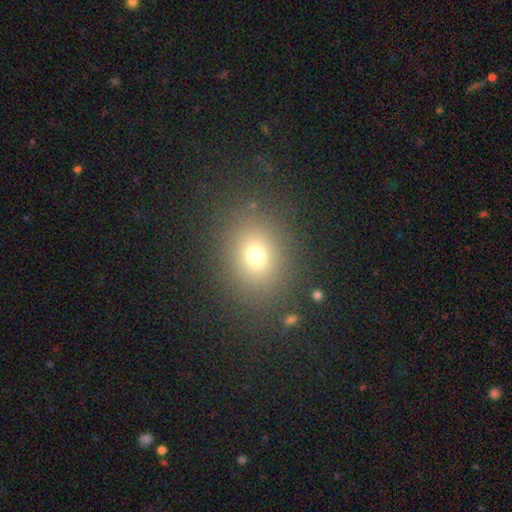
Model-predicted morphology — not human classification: A smooth galaxy with no disk features (71%) that is round (62%).

Vote fractions:
- Smooth or featured? smooth: 71% / star or artifact: 18% / featured or disk: 10%
- How rounded? round: 62% / in between: 37% / cigar-shaped: 1%
- Merging? none: 85% / minor disturbance: 8% / major disturbance: 5% / merger: 2%